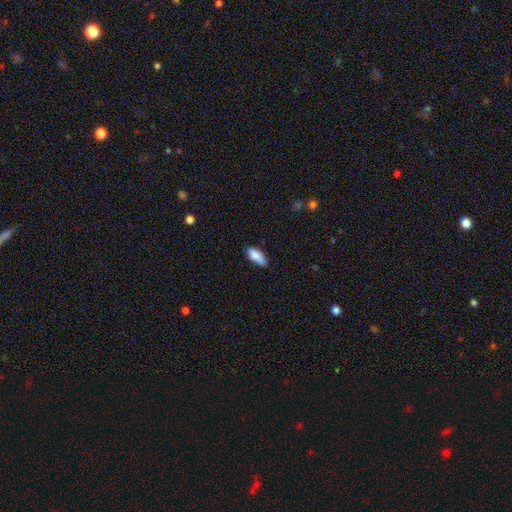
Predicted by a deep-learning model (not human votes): smooth 87%, featured or disk 6%, star or artifact 6%. Down the decision tree: how rounded — in between (76%); merging — none (76%).